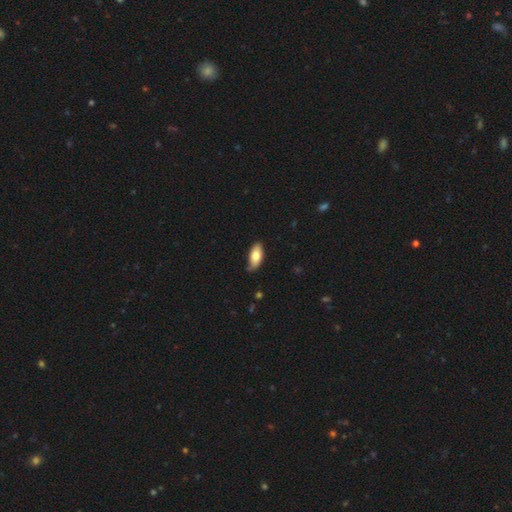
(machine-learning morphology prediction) This appears to be a smooth galaxy with no disk features (76%) that is in between round and cigar-shaped (89%). Merging: none (70%).